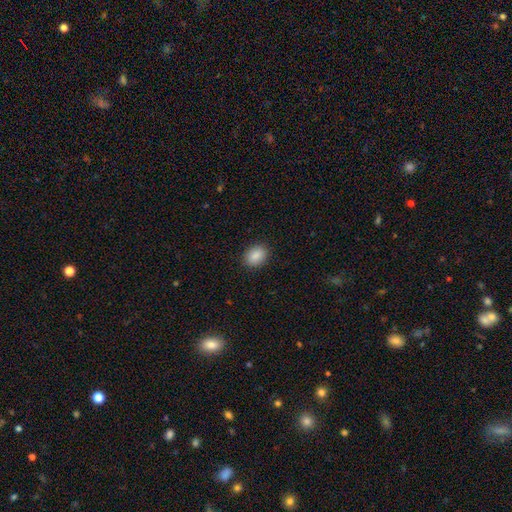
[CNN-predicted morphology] smooth 88%, star or artifact 8%, featured or disk 4%. Down the decision tree: how rounded — in between (68%); merging — none (89%).